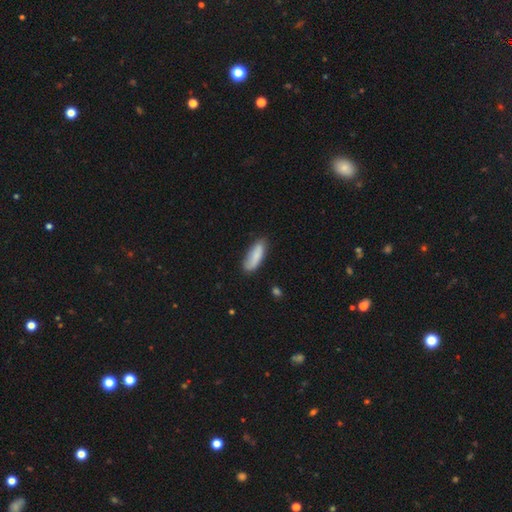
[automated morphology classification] A smooth galaxy with no disk features (82%) that is in between round and cigar-shaped (62%). Merging: none (74%).